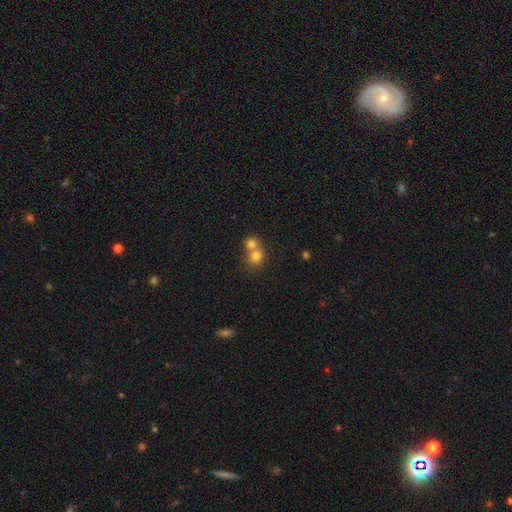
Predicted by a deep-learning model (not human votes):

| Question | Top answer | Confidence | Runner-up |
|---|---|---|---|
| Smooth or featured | smooth | 76% | featured or disk (12%) |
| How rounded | round | 82% | in between (17%) |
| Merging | merger | 60% | none (33%) |